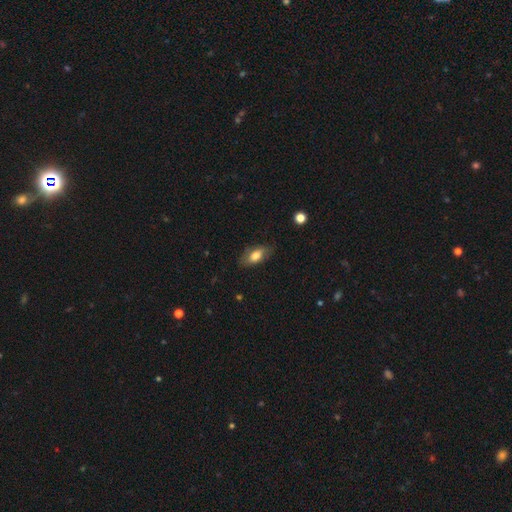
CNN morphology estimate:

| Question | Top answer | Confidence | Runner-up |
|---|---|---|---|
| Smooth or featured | smooth | 74% | featured or disk (18%) |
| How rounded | in between | 87% | cigar-shaped (9%) |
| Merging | none | 78% | minor disturbance (16%) |